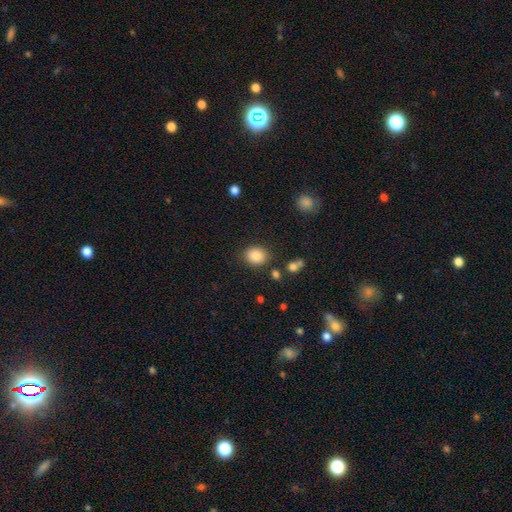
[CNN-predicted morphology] Smooth or featured?
  - smooth: 86% *
  - star or artifact: 9%
  - featured or disk: 5%
How rounded?
  - round: 58% *
  - in between: 41%
  - cigar-shaped: 1%
Merging?
  - none: 84% *
  - minor disturbance: 10%
  - major disturbance: 3%
  - merger: 3%